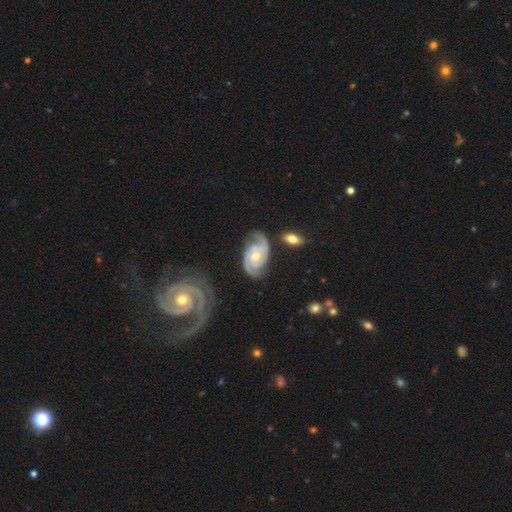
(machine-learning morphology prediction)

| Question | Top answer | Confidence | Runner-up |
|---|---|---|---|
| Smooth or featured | featured or disk | 84% | smooth (10%) |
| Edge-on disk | no | 97% | yes (3%) |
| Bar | no | 66% | weak (28%) |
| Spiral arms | yes | 96% | no (4%) |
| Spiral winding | tight | 50% | medium (39%) |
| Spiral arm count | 2 | 67% | 3 (14%) |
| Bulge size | small | 49% | moderate (46%) |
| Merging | none | 62% | minor disturbance (22%) |